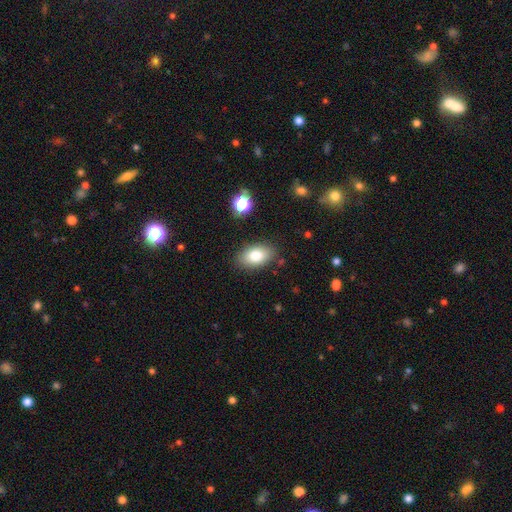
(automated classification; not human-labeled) The model was most divided on "smooth or featured": smooth: 79%, featured or disk: 12%, star or artifact: 9%. More confident: how rounded — in between (91%); merging — none (85%).